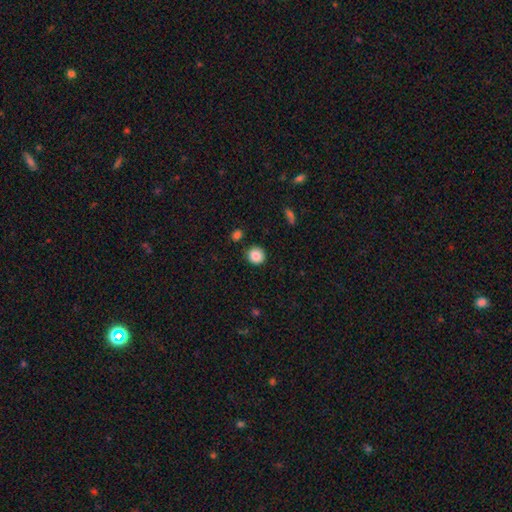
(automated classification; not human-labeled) Overall: smooth (87%). How rounded: round (88%). Merging: none (87%).